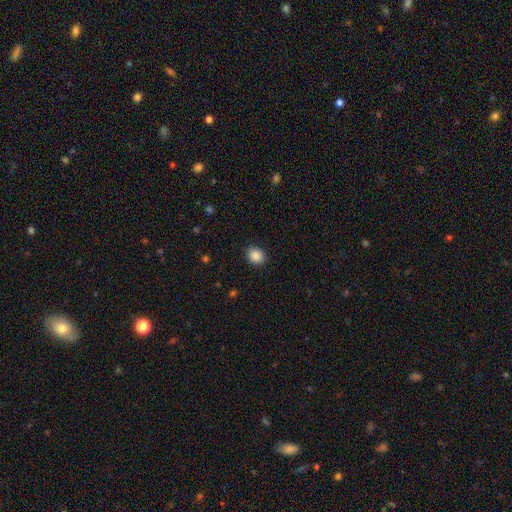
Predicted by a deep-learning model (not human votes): Morphology: type=smooth (88%); roundness=round (62%); merging=none (87%).